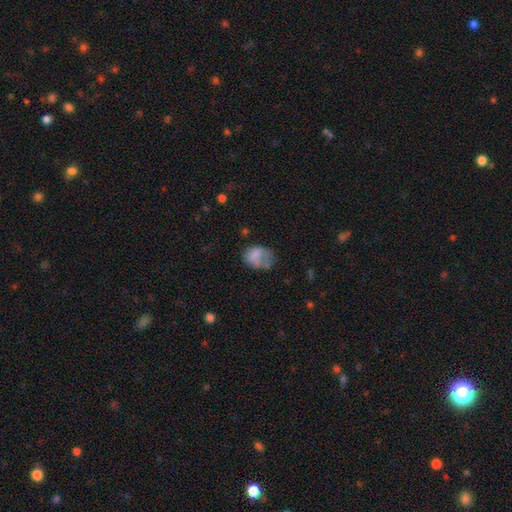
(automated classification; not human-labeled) Smooth or featured? Predicted: smooth (p=0.69). How rounded? Predicted: in between (p=0.65). Merging? Predicted: none (p=0.38).